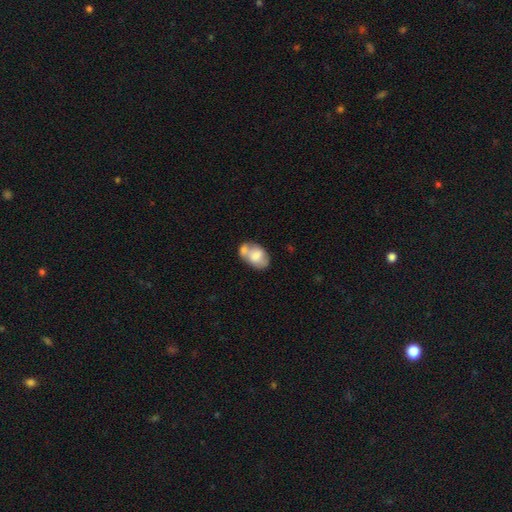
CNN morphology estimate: smooth_or_featured: smooth (p=0.66) [alt: featured or disk p=0.27]
how_rounded: in between (p=0.85) [alt: round p=0.14]
merging: merger (p=0.45) [alt: none p=0.31]